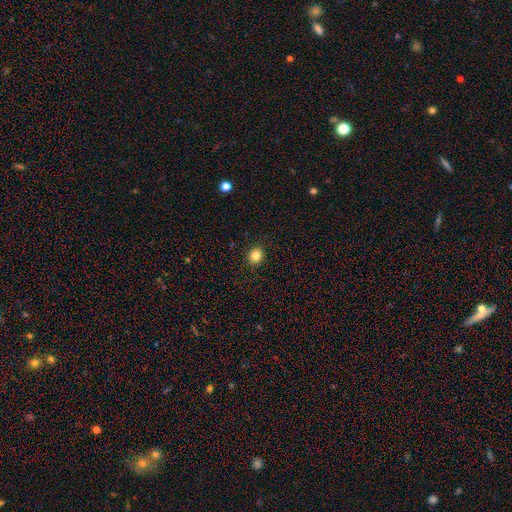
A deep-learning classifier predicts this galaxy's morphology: The model was most divided on "how rounded": round: 81%, in between: 18%, cigar-shaped: 1%. More confident: merging — none (91%); smooth or featured — smooth (83%).